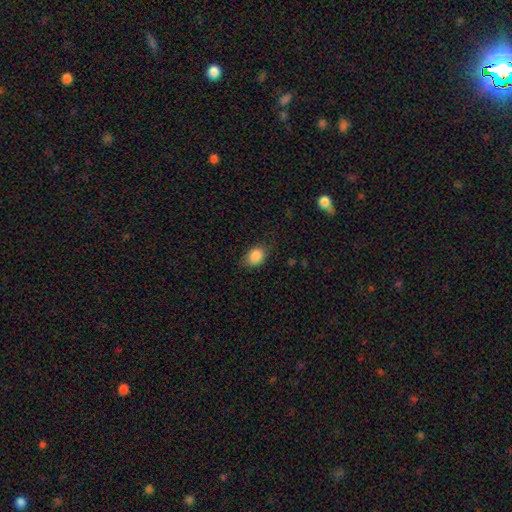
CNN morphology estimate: Smooth or featured: smooth — 87% (star or artifact — 8%)
How rounded: in between — 66% (round — 33%)
Merging: none — 75% (minor disturbance — 19%)